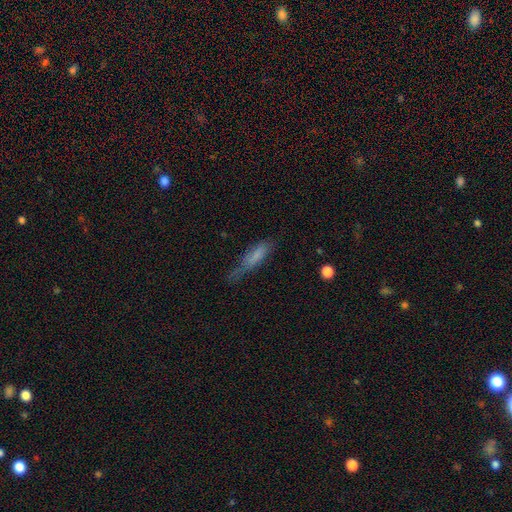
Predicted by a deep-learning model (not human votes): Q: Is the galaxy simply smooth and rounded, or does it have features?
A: smooth — 69%.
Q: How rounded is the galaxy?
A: cigar-shaped — 62%.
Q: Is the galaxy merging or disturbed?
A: none — 39%.